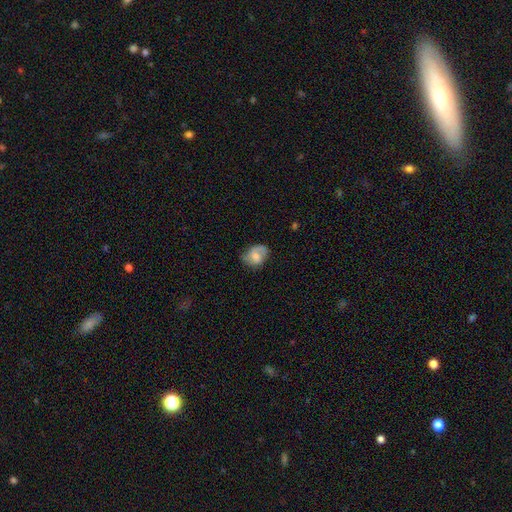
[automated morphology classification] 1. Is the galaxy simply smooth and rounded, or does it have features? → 48% smooth, 44% featured or disk, 8% star or artifact.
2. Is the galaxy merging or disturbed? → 58% none, 28% minor disturbance, 12% major disturbance, 2% merger.